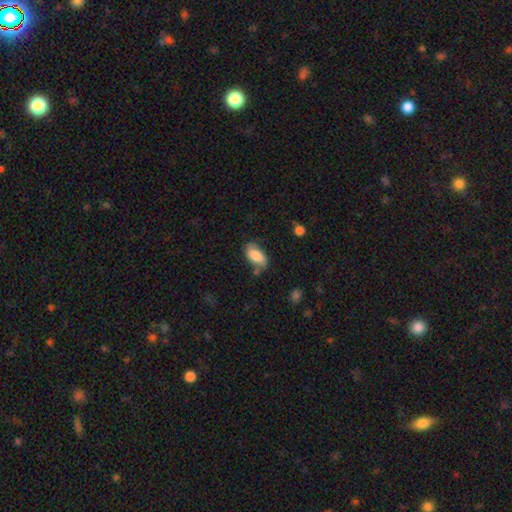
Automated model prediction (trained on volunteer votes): smooth 75%, featured or disk 17%, star or artifact 7%. Down the decision tree: how rounded — in between (91%); merging — none (62%).